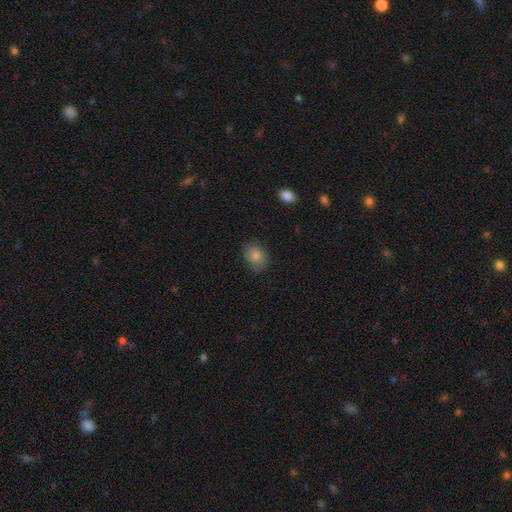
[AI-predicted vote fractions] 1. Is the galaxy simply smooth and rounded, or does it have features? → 81% smooth, 11% featured or disk, 8% star or artifact.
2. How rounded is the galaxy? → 57% in between, 43% round, 1% cigar-shaped.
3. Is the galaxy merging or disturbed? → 73% none, 20% minor disturbance, 5% major disturbance, 1% merger.